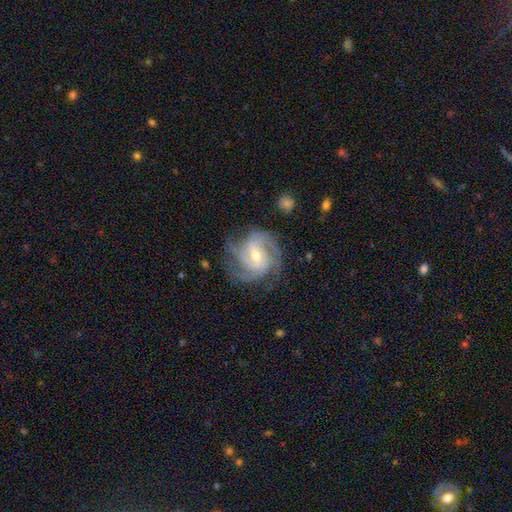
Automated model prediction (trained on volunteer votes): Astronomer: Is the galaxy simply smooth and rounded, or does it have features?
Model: featured or disk — 90%.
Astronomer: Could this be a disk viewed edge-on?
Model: no — 98%.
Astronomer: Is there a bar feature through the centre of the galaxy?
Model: weak — 51%.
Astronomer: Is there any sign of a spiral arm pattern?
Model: yes — 98%.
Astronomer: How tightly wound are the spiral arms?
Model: tight — 51% (runner-up: medium, 41%).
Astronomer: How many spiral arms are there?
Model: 3 — 43% (runner-up: 4, 23%).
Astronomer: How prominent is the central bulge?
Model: moderate — 50% (runner-up: small, 46%).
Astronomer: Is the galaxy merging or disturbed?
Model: none — 74%.